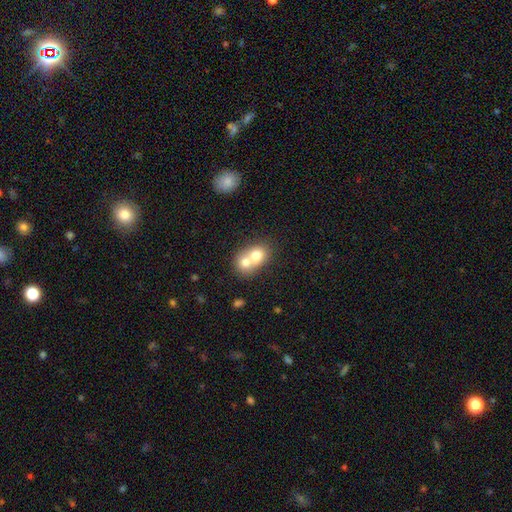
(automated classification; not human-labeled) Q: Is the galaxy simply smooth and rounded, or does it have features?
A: smooth — 70%.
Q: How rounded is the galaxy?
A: round — 58%.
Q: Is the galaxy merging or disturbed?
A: merger — 75%.